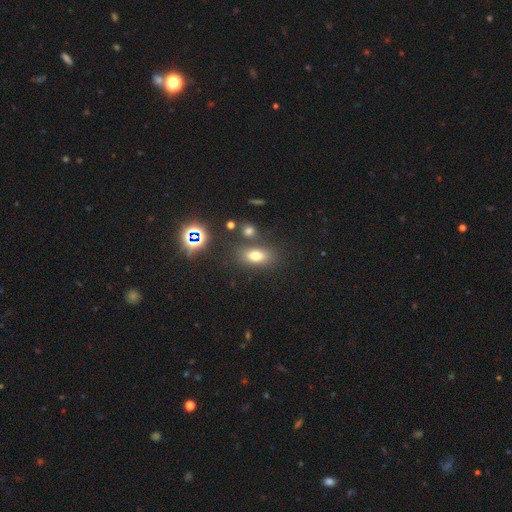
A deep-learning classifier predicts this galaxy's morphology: Smooth or featured?
  - smooth: 70% *
  - star or artifact: 18%
  - featured or disk: 12%
How rounded?
  - in between: 76% *
  - round: 17%
  - cigar-shaped: 6%
Merging?
  - none: 74% *
  - minor disturbance: 12%
  - merger: 10%
  - major disturbance: 5%